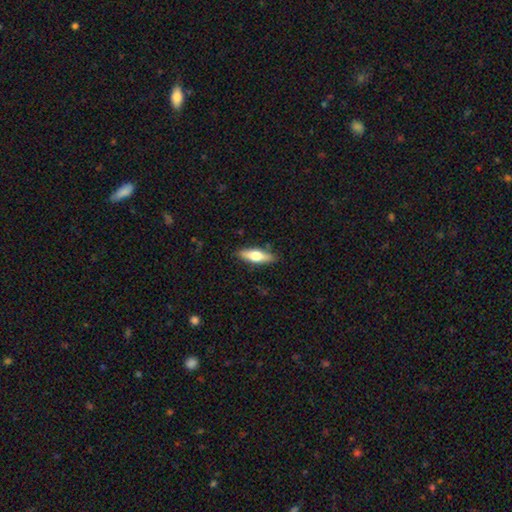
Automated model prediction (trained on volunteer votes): Overall: smooth (56%; featured or disk 38%). How rounded: in between (50%; cigar-shaped 48%). Merging: none (86%).